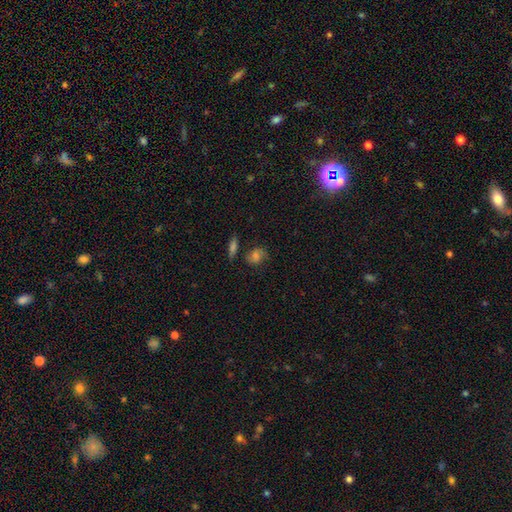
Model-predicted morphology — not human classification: Smooth or featured: smooth — 46% (featured or disk — 39%)
Merging: none — 65% (minor disturbance — 19%)